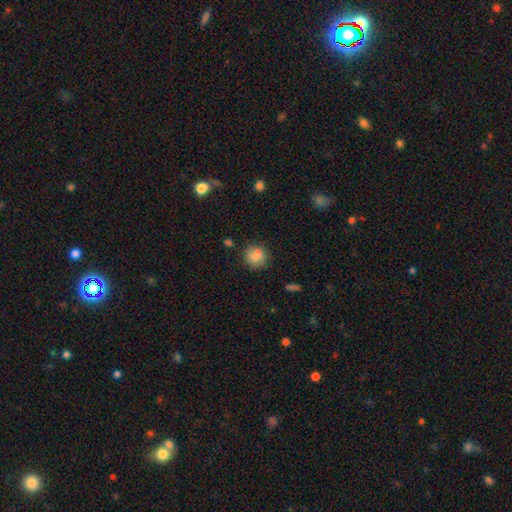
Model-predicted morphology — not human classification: Q: Smooth or featured?
A: smooth (84%); runner-up: star or artifact (9%)
Q: How rounded?
A: round (87%); runner-up: in between (12%)
Q: Merging?
A: none (78%); runner-up: minor disturbance (14%)